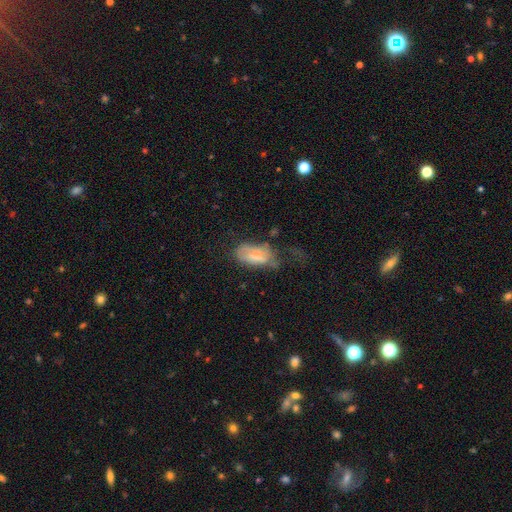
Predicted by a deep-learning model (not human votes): Smooth or featured? Predicted: smooth (p=0.61). How rounded? Predicted: in between (p=0.89). Merging? Predicted: major disturbance (p=0.36).